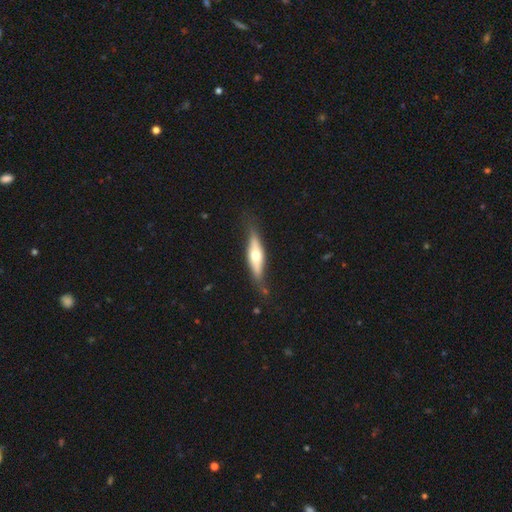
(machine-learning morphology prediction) This appears to be a featured or disk galaxy (52%) viewed edge-on (80%). Merging: none (72%).